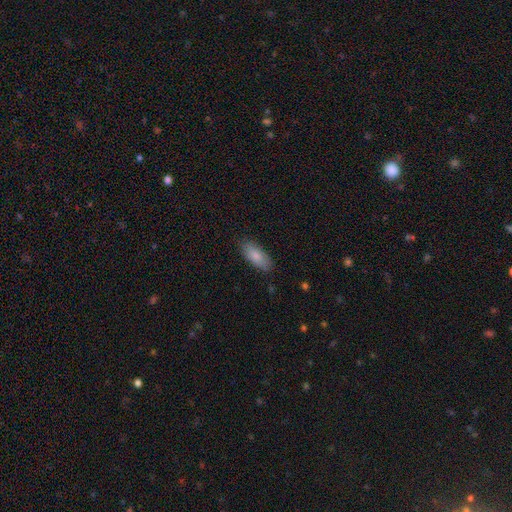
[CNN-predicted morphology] Smooth or featured? smooth (84%)
How rounded? in between (83%)
Merging? none (83%)